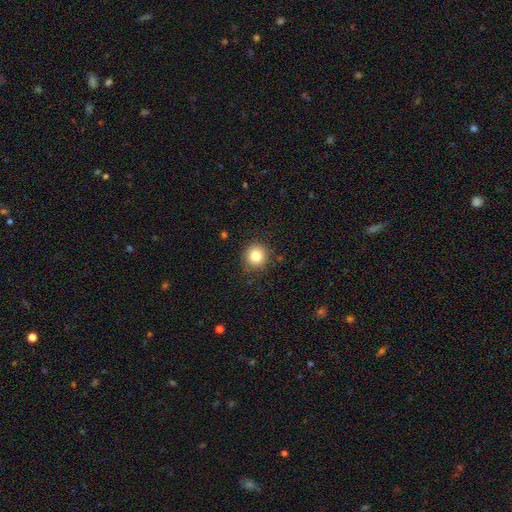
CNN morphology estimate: Smooth or featured?
  - smooth: 83% *
  - star or artifact: 11%
  - featured or disk: 7%
How rounded?
  - round: 92% *
  - in between: 7%
  - cigar-shaped: 1%
Merging?
  - none: 88% *
  - minor disturbance: 8%
  - major disturbance: 2%
  - merger: 1%